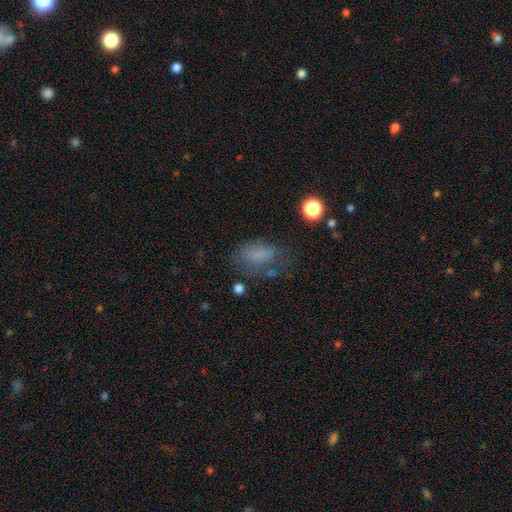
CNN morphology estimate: type=smooth (67%); roundness=in between (85%); merging=none (43%).